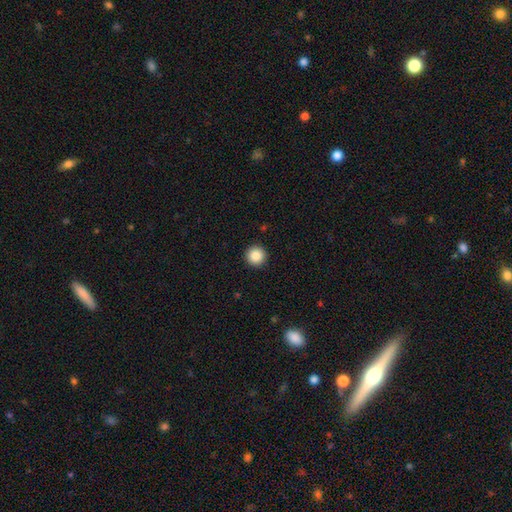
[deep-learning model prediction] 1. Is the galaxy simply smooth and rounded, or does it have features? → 87% smooth, 9% star or artifact, 4% featured or disk.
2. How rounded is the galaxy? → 96% round, 3% in between, 1% cigar-shaped.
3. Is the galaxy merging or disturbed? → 93% none, 4% minor disturbance, 2% major disturbance, 1% merger.